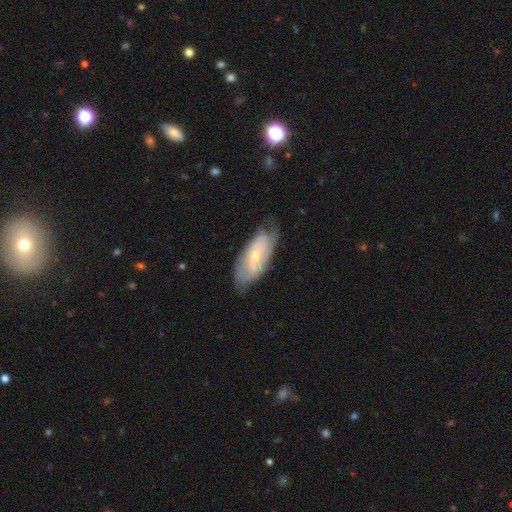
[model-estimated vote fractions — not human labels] Morphology: type=featured or disk (63%); edge-on=no (88%); bar=no (52%); spiral arms=yes (78%); bulge=small (63%); merging=none (63%).